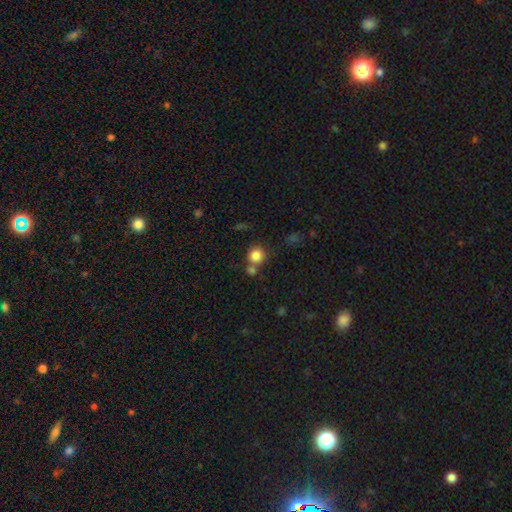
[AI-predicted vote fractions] Smooth or featured: smooth — 83% (star or artifact — 11%)
How rounded: round — 89% (in between — 10%)
Merging: none — 61% (merger — 26%)